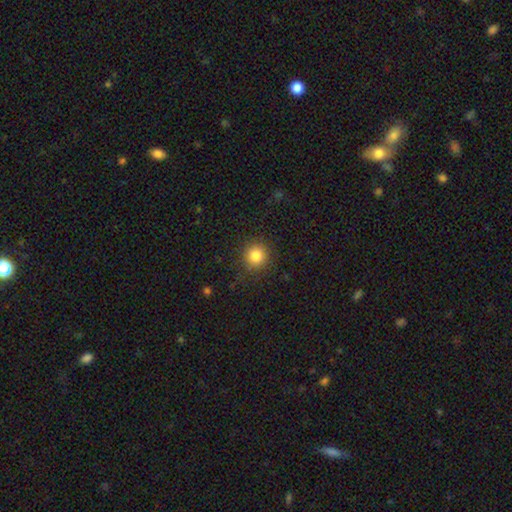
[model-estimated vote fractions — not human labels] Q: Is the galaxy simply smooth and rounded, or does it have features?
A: smooth — 84%.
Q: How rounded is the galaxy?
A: round — 92%.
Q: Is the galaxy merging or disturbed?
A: none — 88%.